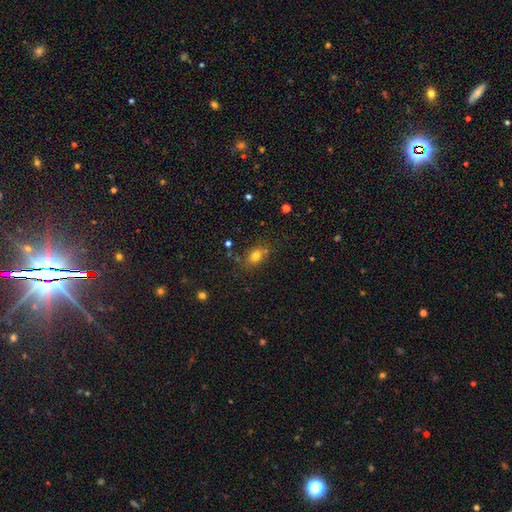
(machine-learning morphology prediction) The model was most divided on "how rounded": in between: 65%, round: 33%, cigar-shaped: 2%. More confident: smooth or featured — smooth (77%); merging — none (73%).